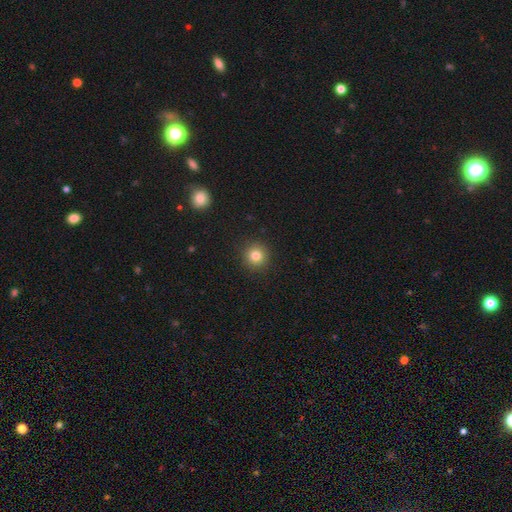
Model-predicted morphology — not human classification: A smooth galaxy with no disk features (82%) that is round (93%).

Vote fractions:
- Smooth or featured? smooth: 82% / star or artifact: 12% / featured or disk: 6%
- How rounded? round: 93% / in between: 6% / cigar-shaped: 1%
- Merging? none: 91% / minor disturbance: 6% / major disturbance: 2% / merger: 1%